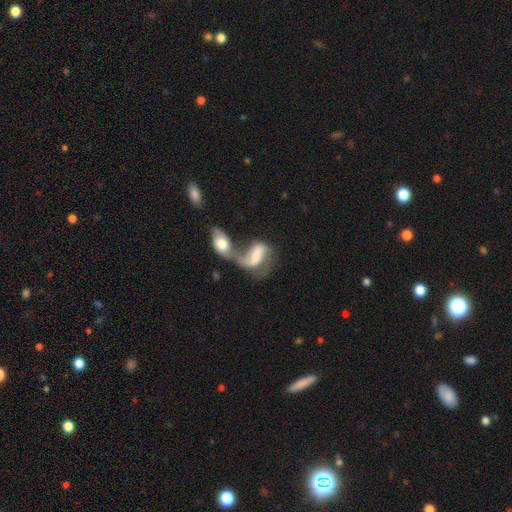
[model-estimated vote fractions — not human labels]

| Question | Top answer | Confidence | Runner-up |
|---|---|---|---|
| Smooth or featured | featured or disk | 60% | smooth (33%) |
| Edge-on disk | no | 94% | yes (6%) |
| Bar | weak | 40% | no (30%) |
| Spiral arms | yes | 79% | no (21%) |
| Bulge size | moderate | 38% | small (27%) |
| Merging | merger | 73% | major disturbance (11%) |